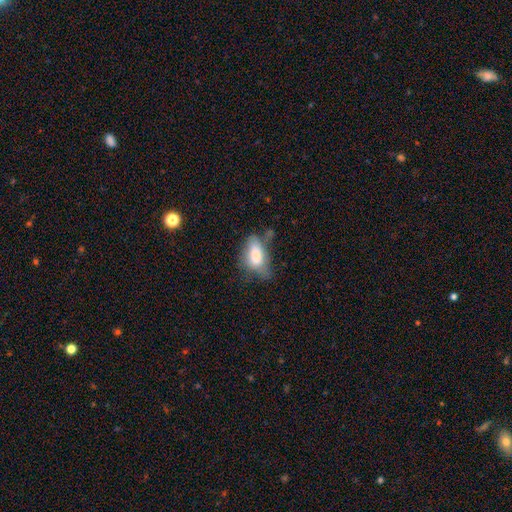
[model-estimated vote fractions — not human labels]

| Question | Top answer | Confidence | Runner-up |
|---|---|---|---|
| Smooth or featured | smooth | 73% | featured or disk (19%) |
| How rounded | in between | 89% | cigar-shaped (7%) |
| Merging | minor disturbance | 34% | none (31%) |